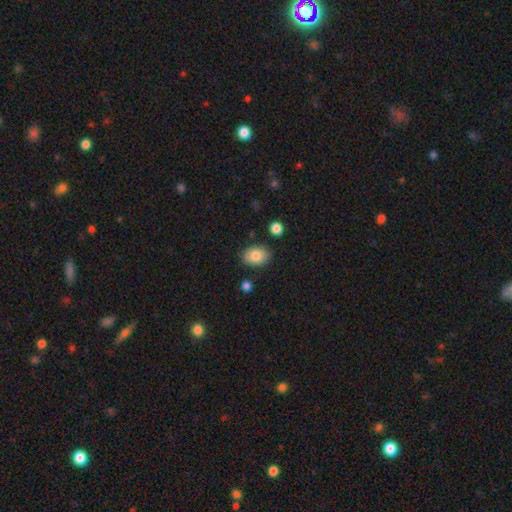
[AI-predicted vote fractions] Smooth or featured? smooth (83%)
How rounded? in between (73%)
Merging? none (84%)